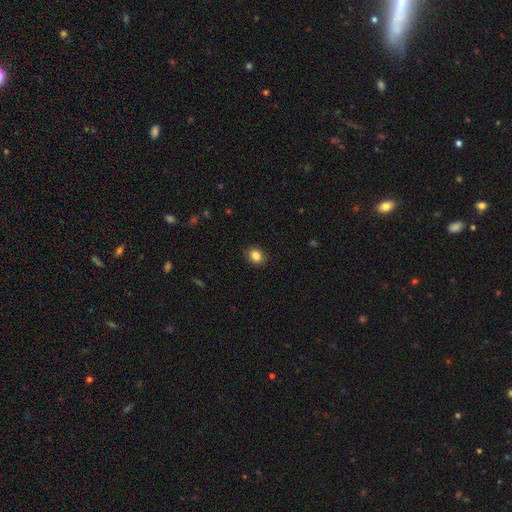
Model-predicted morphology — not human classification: smooth_or_featured: smooth (p=0.85) [alt: star or artifact p=0.10]
how_rounded: round (p=0.55) [alt: in between p=0.44]
merging: none (p=0.89) [alt: minor disturbance p=0.08]